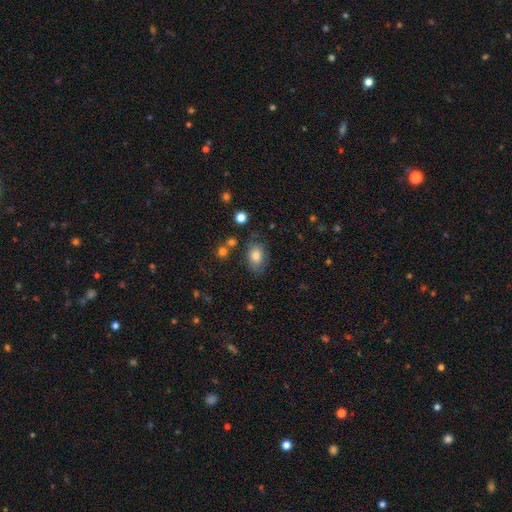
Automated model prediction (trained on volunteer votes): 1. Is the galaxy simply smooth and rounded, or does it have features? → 79% smooth, 12% featured or disk, 9% star or artifact.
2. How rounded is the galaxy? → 83% in between, 16% round, 1% cigar-shaped.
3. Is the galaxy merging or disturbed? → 71% none, 19% minor disturbance, 6% major disturbance, 4% merger.